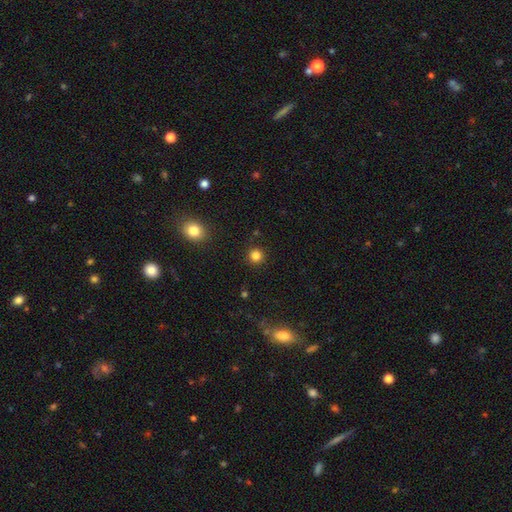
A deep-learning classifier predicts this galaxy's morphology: Smooth or featured? Predicted: smooth (p=0.83). How rounded? Predicted: round (p=0.94). Merging? Predicted: none (p=0.91).